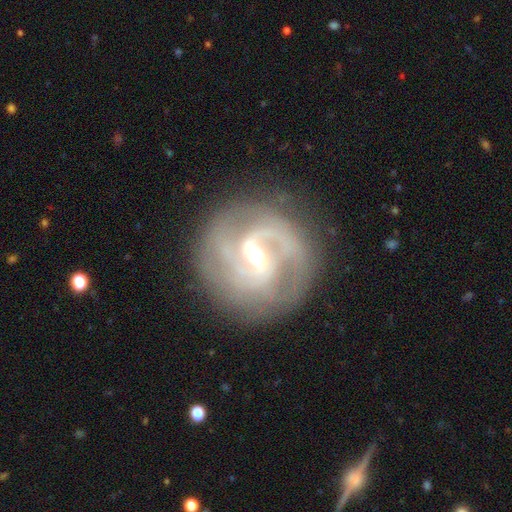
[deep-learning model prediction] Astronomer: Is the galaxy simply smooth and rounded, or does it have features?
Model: featured or disk — 89%.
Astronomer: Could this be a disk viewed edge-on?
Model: no — 98%.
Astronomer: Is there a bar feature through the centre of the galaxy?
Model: weak — 55%.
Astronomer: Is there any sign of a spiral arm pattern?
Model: yes — 97%.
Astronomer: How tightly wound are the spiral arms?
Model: medium — 47% (runner-up: tight, 39%).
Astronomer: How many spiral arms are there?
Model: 2 — 58%.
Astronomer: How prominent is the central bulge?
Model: moderate — 64%.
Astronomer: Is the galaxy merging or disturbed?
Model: none — 79%.